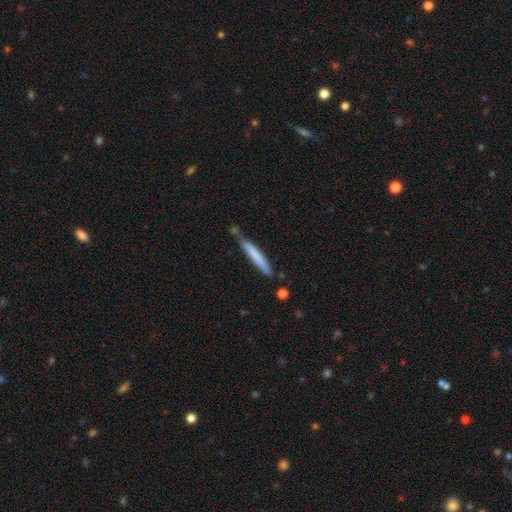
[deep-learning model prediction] A smooth galaxy with no disk features (72%) that is cigar-shaped (95%). Merging: none (69%).